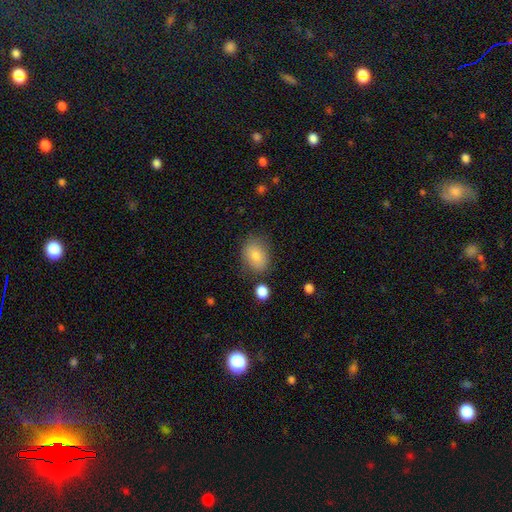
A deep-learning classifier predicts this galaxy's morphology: Smooth or featured? smooth (78%)
How rounded? in between (65%)
Merging? none (78%)